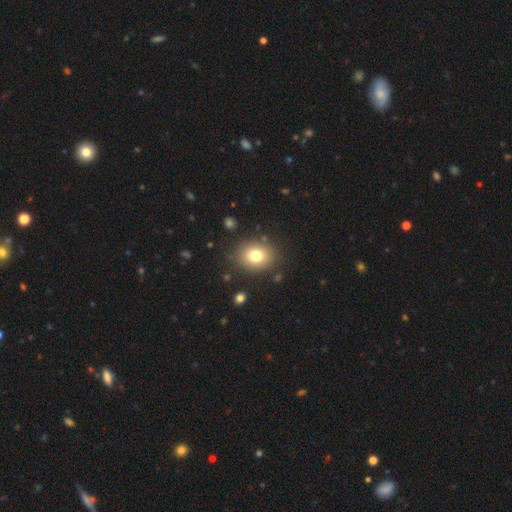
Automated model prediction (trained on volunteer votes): Smooth or featured? smooth (78%)
How rounded? round (55%)
Merging? none (85%)